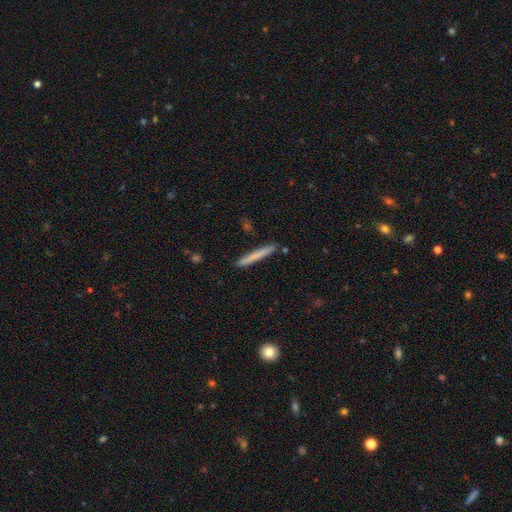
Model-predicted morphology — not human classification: Smooth or featured? Predicted: smooth (p=0.72). How rounded? Predicted: cigar-shaped (p=0.97). Merging? Predicted: none (p=0.89).